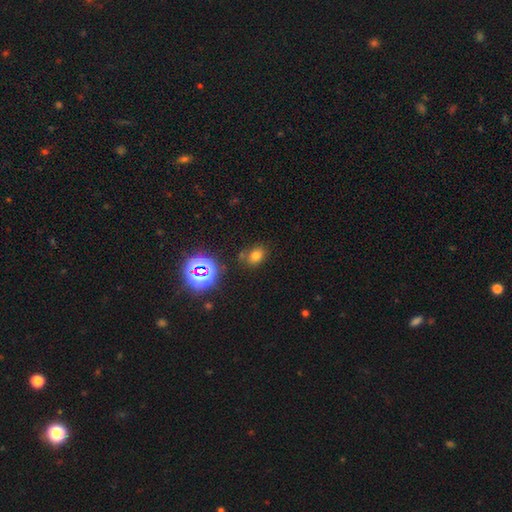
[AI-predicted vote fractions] Smooth or featured? smooth (67%)
How rounded? in between (61%)
Merging? none (70%)